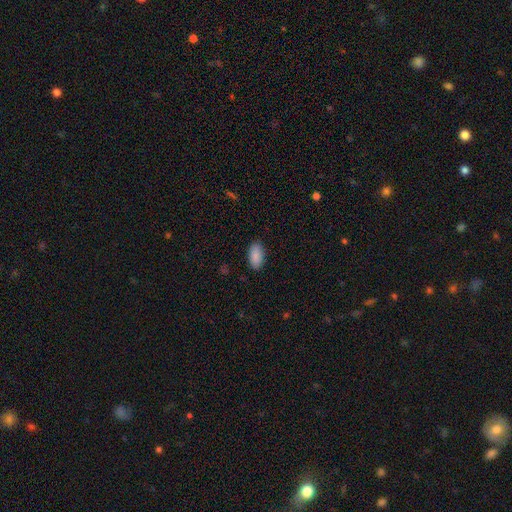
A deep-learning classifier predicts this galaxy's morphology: smooth-or-featured: smooth: 89% | star or artifact: 7% | featured or disk: 4%
  how-rounded: in between: 94% | cigar-shaped: 3% | round: 3%
  merging: none: 88% | minor disturbance: 9% | major disturbance: 2% | merger: 1%